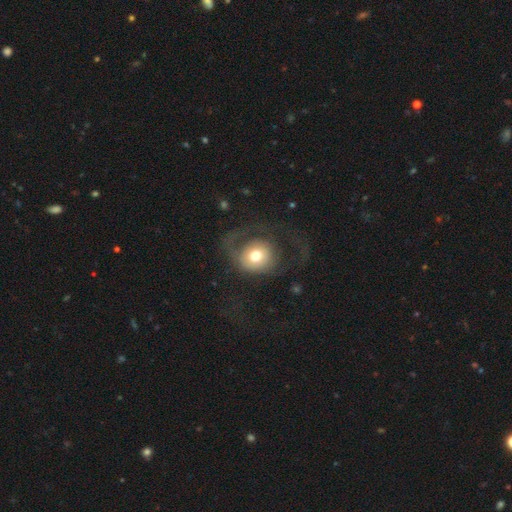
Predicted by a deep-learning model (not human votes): Smooth or featured? Predicted: smooth (p=0.56). How rounded? Predicted: round (p=0.83). Merging? Predicted: major disturbance (p=0.47).